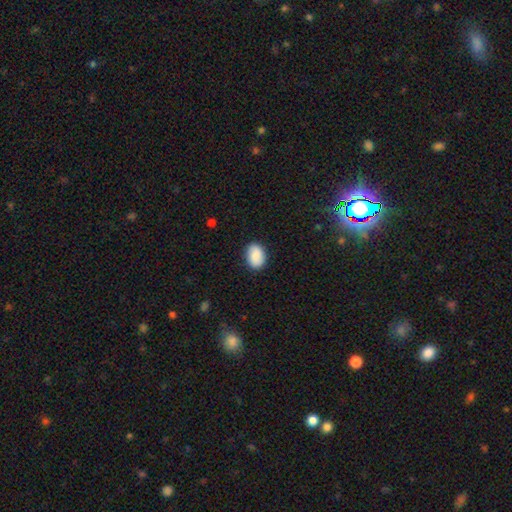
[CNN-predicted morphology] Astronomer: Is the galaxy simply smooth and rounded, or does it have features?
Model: smooth — 85%.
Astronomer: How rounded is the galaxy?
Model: in between — 77%.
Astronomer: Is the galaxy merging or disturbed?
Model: none — 85%.